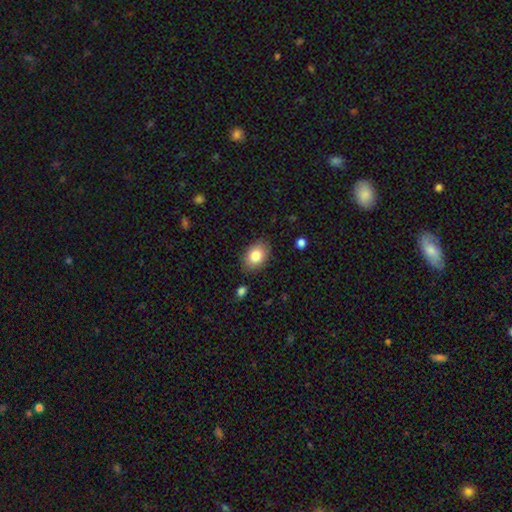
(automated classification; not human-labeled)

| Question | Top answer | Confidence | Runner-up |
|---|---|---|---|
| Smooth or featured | smooth | 83% | featured or disk (10%) |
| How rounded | in between | 80% | round (19%) |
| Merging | none | 85% | minor disturbance (11%) |